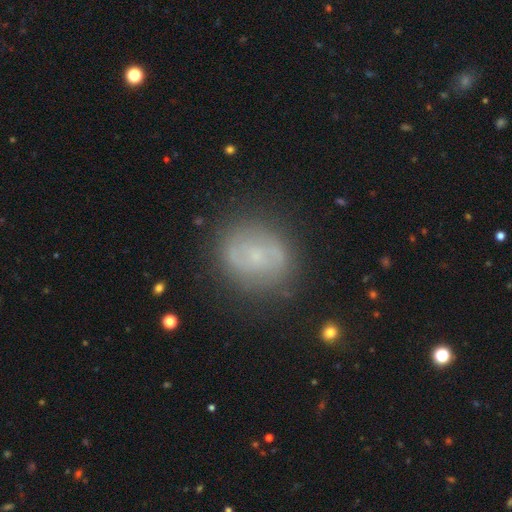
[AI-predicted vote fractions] featured or disk 53%, smooth 37%, star or artifact 10%. Down the decision tree: edge-on disk — no (96%); bar — no (54%); spiral arms — yes (61%); bulge size — small (68%); merging — none (78%).